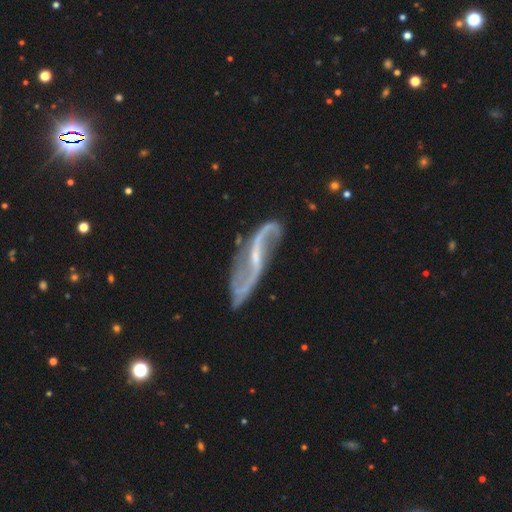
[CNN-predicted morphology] Smooth or featured? Predicted: featured or disk (p=0.91). Edge-on disk? Predicted: no (p=0.92). Bar? Predicted: weak (p=0.43). Spiral arms? Predicted: yes (p=0.96). Spiral winding? Predicted: loose (p=0.80). Spiral arm count? Predicted: 2 (p=0.92). Bulge size? Predicted: small (p=0.70). Merging? Predicted: none (p=0.67).